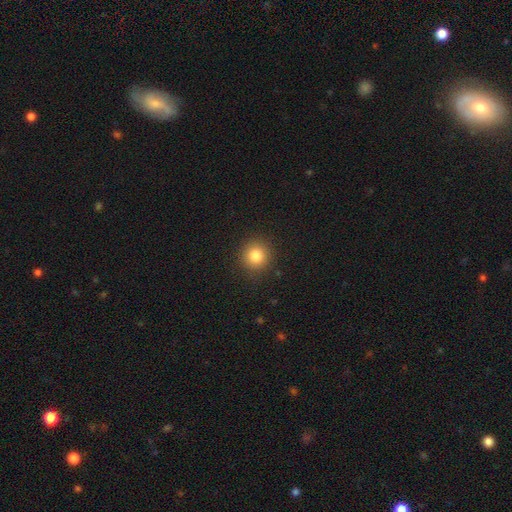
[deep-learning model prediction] A smooth galaxy with no disk features (83%) that is round (91%). Merging: none (90%).